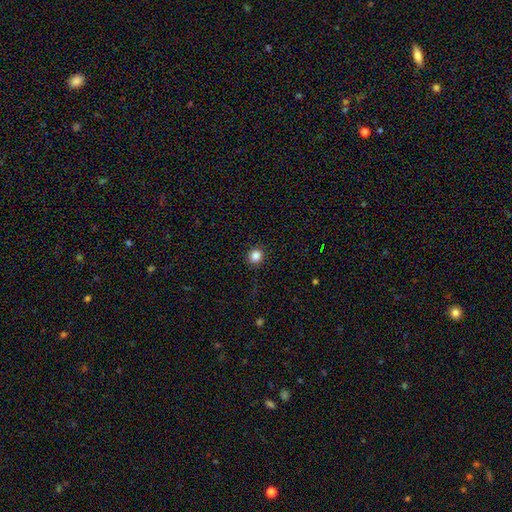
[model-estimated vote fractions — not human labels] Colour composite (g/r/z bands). It shows a smooth galaxy with no disk features (84%) that is round (87%). Merging: none (90%).